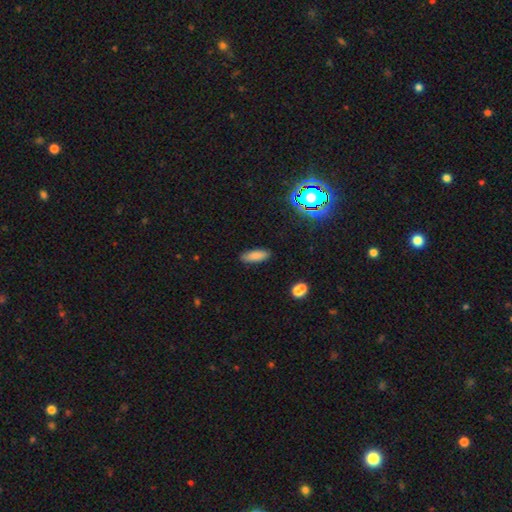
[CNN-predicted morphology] smooth-or-featured: smooth: 82% | star or artifact: 11% | featured or disk: 8%
  how-rounded: in between: 63% | cigar-shaped: 35% | round: 2%
  merging: none: 87% | minor disturbance: 9% | major disturbance: 2% | merger: 1%